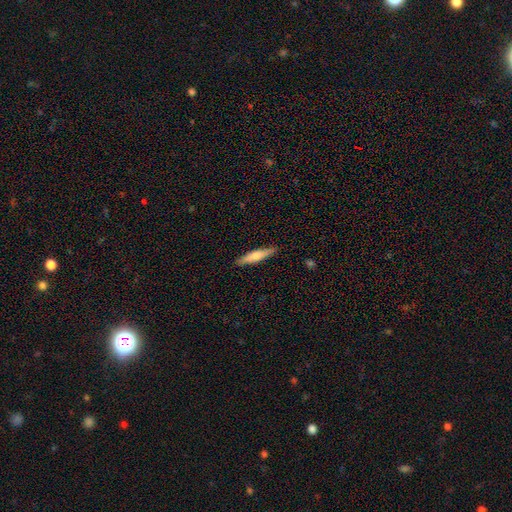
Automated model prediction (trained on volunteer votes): This appears to be a smooth galaxy with no disk features (60%) that is cigar-shaped (83%). Merging: none (88%).